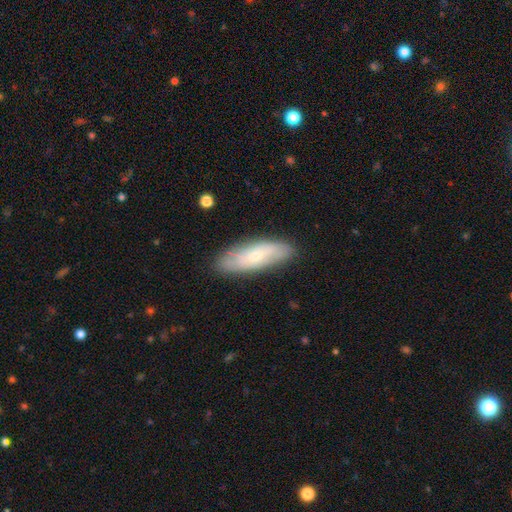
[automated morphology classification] smooth_or_featured: smooth (p=0.50) [alt: featured or disk p=0.44]
merging: none (p=0.83) [alt: minor disturbance p=0.13]